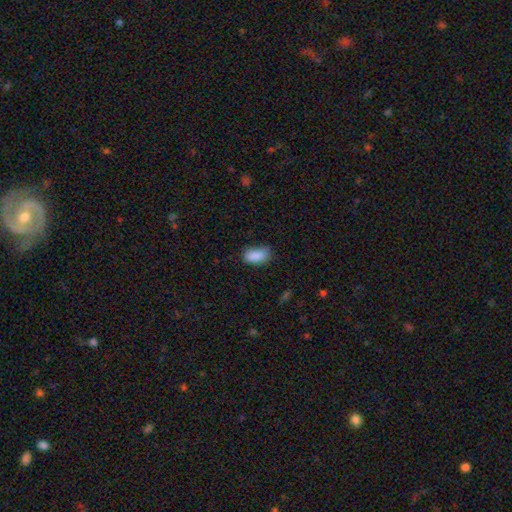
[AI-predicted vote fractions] Q: Smooth or featured?
A: smooth (88%); runner-up: star or artifact (8%)
Q: How rounded?
A: in between (91%); runner-up: round (5%)
Q: Merging?
A: none (68%); runner-up: minor disturbance (26%)